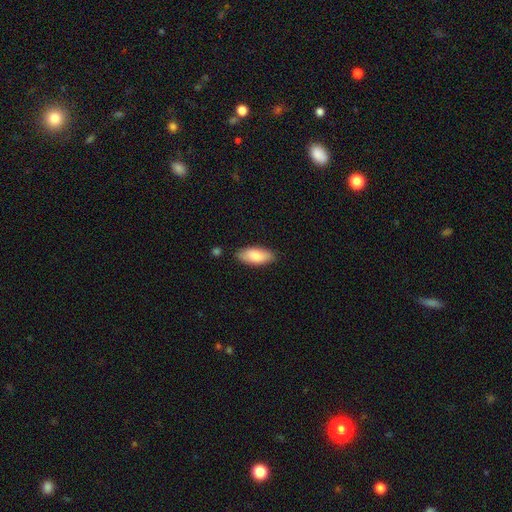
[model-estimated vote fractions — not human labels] A smooth galaxy with no disk features (83%) that is in between round and cigar-shaped (84%). Merging: none (82%).